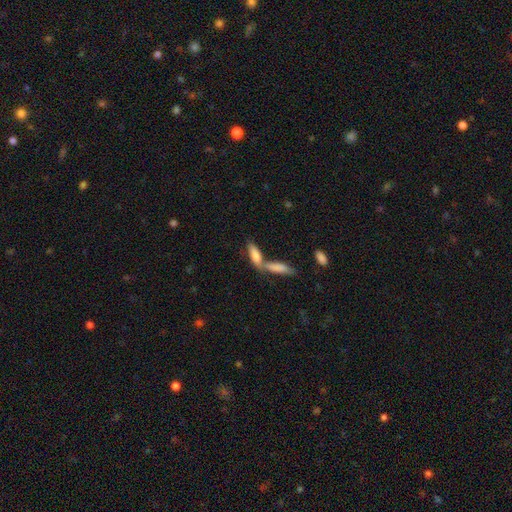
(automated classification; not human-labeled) smooth 78%, featured or disk 15%, star or artifact 7%. Down the decision tree: how rounded — in between (57%); merging — merger (58%).